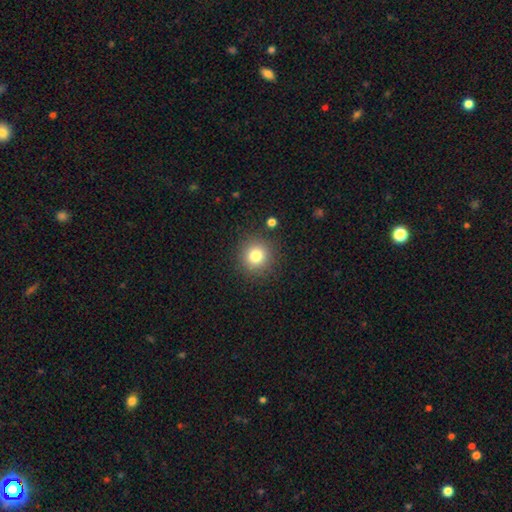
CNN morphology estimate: This appears to be a smooth galaxy with no disk features (80%) that is round (93%). Merging: none (88%).